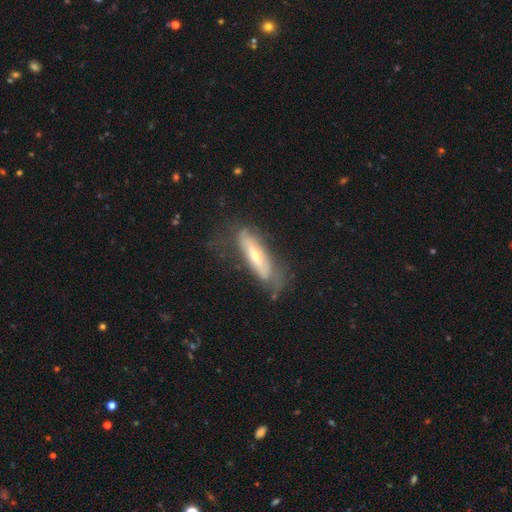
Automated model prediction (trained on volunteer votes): This is likely a featured or disk galaxy (60%). It is possibly not viewed edge-on (54%). Merging: possibly none (58%).